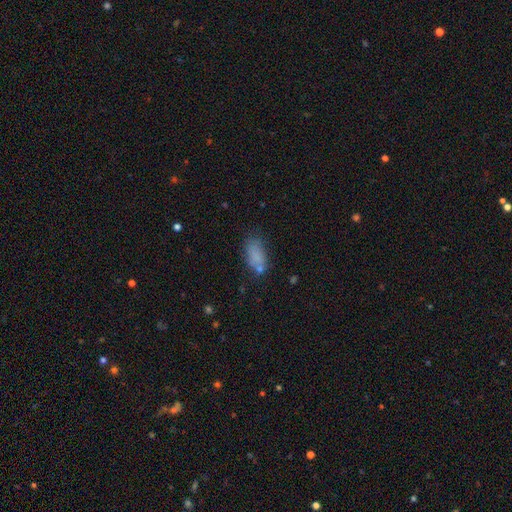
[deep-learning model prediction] This is likely a smooth galaxy (77%). How rounded: clearly in between (88%). Merging: possibly none (58%).